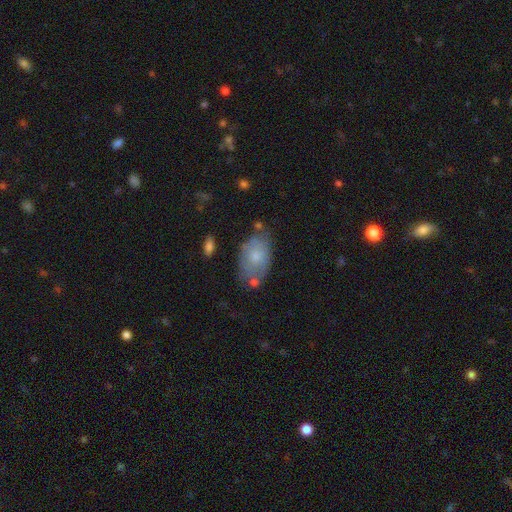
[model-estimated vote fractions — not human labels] Smooth or featured: smooth — 65% (featured or disk — 27%)
How rounded: in between — 91% (round — 7%)
Merging: none — 58% (minor disturbance — 27%)